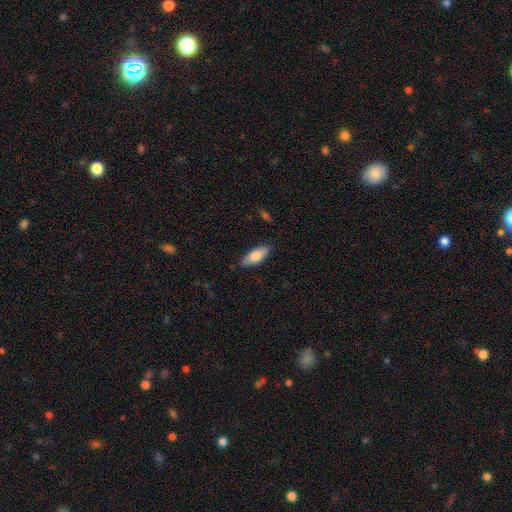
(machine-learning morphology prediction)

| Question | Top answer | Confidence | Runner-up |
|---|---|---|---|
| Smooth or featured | smooth | 80% | featured or disk (14%) |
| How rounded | in between | 74% | cigar-shaped (24%) |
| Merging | none | 85% | minor disturbance (12%) |